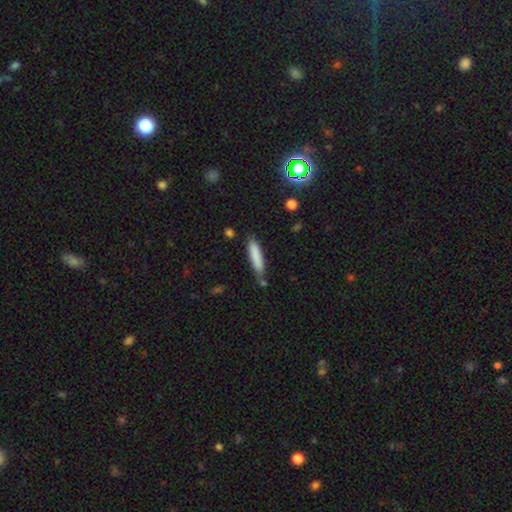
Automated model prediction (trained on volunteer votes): Smooth or featured?
  - smooth: 82% *
  - featured or disk: 11%
  - star or artifact: 7%
How rounded?
  - cigar-shaped: 84% *
  - in between: 14%
  - round: 1%
Merging?
  - none: 67% *
  - minor disturbance: 21%
  - merger: 7%
  - major disturbance: 5%